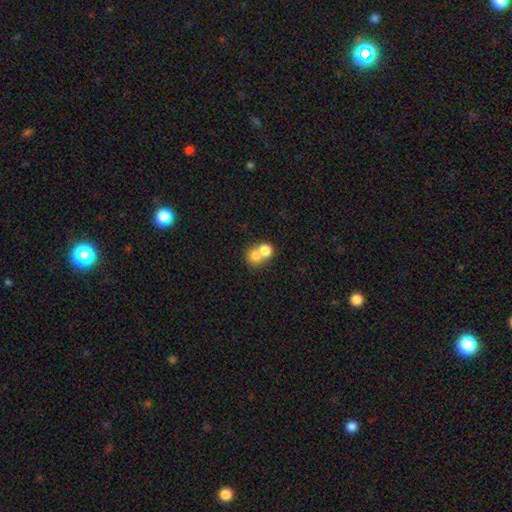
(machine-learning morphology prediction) Smooth or featured: smooth — 75% (featured or disk — 15%)
How rounded: round — 77% (in between — 22%)
Merging: merger — 68% (none — 25%)